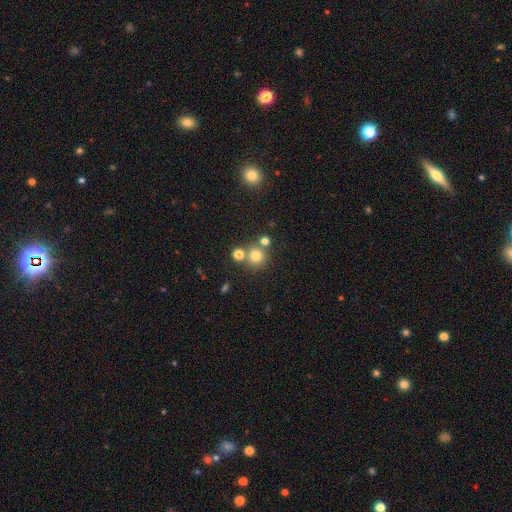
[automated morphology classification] smooth 74%, star or artifact 17%, featured or disk 9%. Down the decision tree: how rounded — round (91%); merging — none (67%).